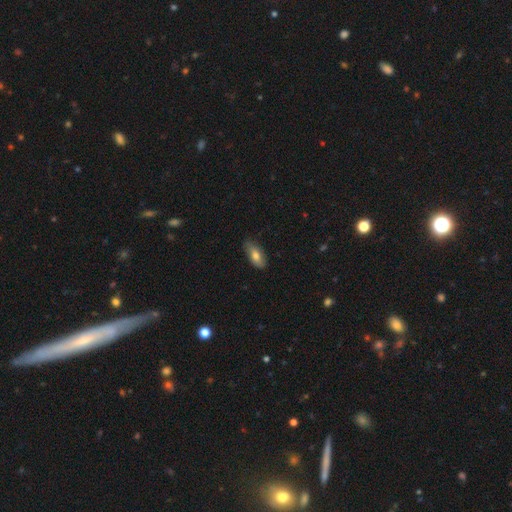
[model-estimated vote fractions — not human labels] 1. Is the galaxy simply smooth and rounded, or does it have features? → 74% smooth, 20% featured or disk, 7% star or artifact.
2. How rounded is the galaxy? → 86% in between, 11% cigar-shaped, 3% round.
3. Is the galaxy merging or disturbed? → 76% none, 20% minor disturbance, 3% major disturbance, 1% merger.